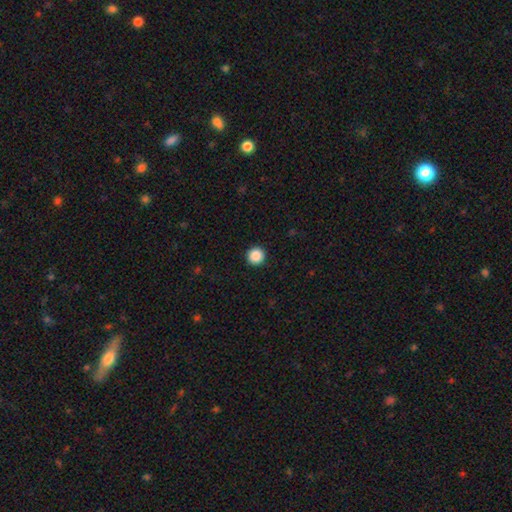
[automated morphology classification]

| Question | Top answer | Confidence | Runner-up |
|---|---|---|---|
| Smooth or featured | smooth | 88% | star or artifact (9%) |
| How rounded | round | 96% | in between (3%) |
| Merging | none | 94% | minor disturbance (4%) |